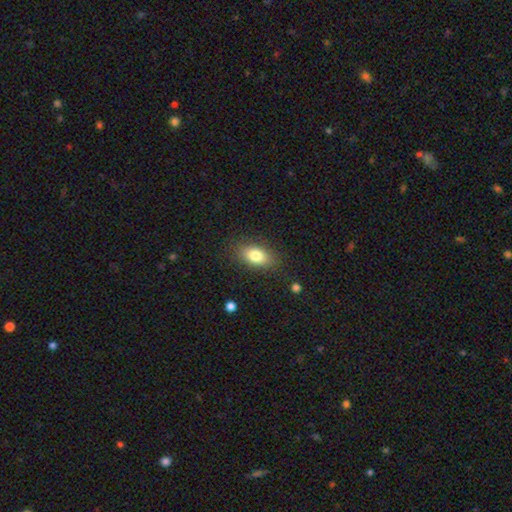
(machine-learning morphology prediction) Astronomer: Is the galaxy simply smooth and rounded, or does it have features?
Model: smooth — 80%.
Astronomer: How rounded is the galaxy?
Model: in between — 87%.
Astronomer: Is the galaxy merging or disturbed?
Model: none — 84%.